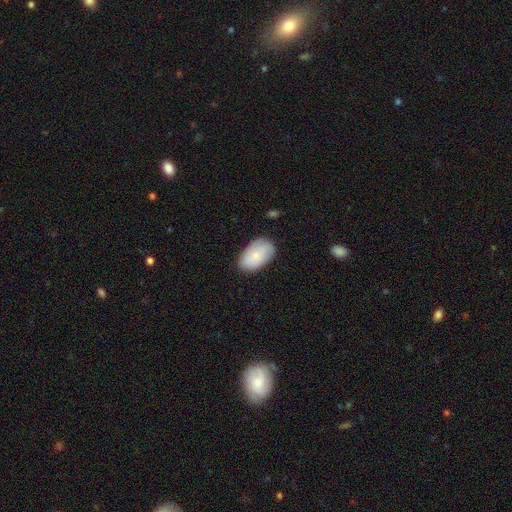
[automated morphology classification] This is likely a smooth galaxy (78%). How rounded: clearly in between (93%). Merging: likely none (79%).